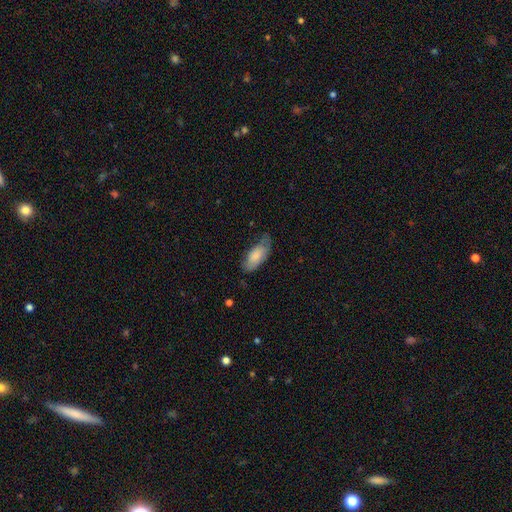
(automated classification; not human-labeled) A smooth galaxy with no disk features (79%) that is in between round and cigar-shaped (86%). Merging: none (51%).